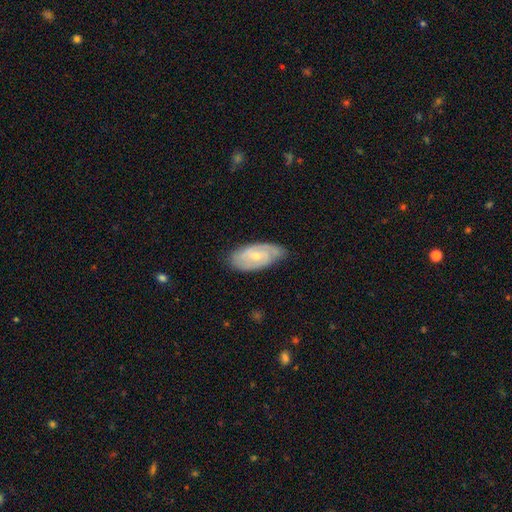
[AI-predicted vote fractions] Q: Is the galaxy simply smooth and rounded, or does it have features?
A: featured or disk — 75%.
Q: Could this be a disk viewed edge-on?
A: no — 94%.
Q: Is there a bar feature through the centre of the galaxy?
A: no — 49%.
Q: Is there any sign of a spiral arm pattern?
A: yes — 91%.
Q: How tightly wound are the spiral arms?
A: tight — 54%.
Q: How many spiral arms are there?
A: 2 — 57%.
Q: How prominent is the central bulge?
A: small — 57%.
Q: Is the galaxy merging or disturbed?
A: none — 72%.